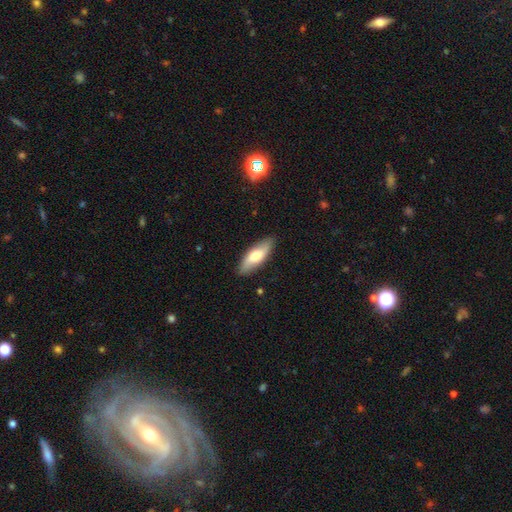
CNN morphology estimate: Smooth or featured? Predicted: smooth (p=0.65). How rounded? Predicted: in between (p=0.64). Merging? Predicted: none (p=0.87).